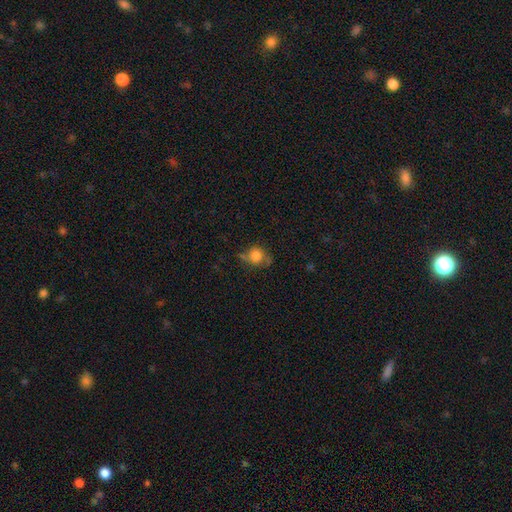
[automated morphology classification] smooth_or_featured: smooth (p=0.71) [alt: featured or disk p=0.18]
how_rounded: round (p=0.79) [alt: in between p=0.19]
merging: none (p=0.53) [alt: minor disturbance p=0.28]